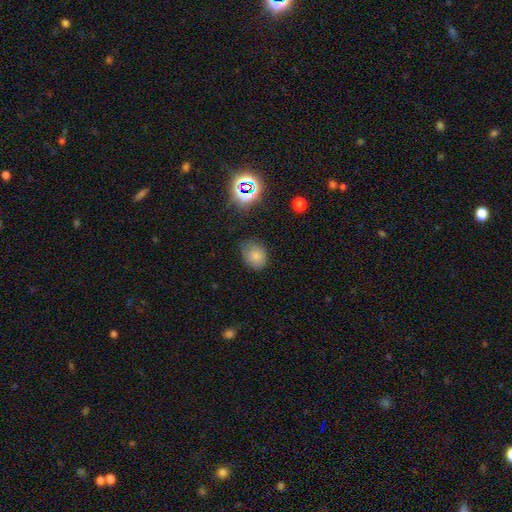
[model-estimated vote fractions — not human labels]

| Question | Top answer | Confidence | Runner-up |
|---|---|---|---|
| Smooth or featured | smooth | 78% | star or artifact (15%) |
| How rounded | in between | 53% | round (46%) |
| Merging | none | 67% | minor disturbance (25%) |